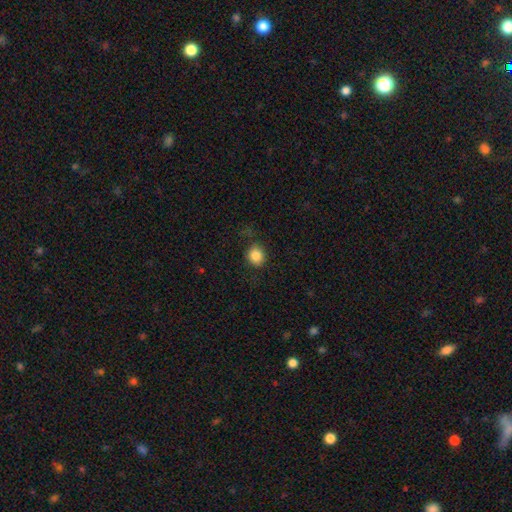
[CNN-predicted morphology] Q: Smooth or featured?
A: smooth (84%); runner-up: star or artifact (10%)
Q: How rounded?
A: round (79%); runner-up: in between (20%)
Q: Merging?
A: none (80%); runner-up: minor disturbance (14%)